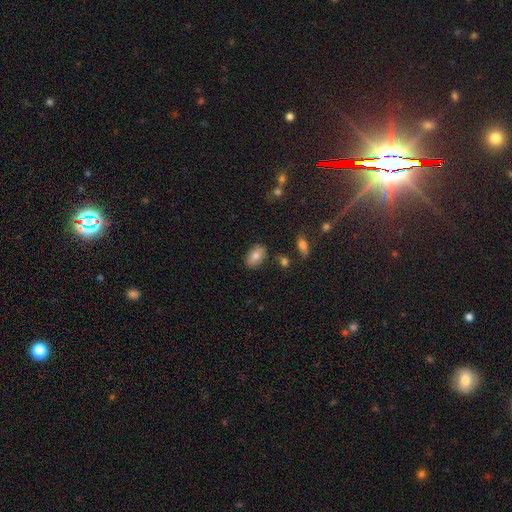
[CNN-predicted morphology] Overall: smooth (77%). How rounded: in between (90%). Merging: none (82%).